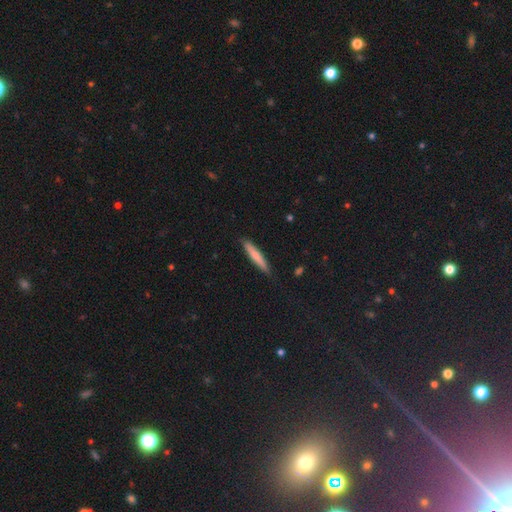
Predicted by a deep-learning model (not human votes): Morphology: type=smooth (70%); roundness=cigar-shaped (93%); merging=none (87%).